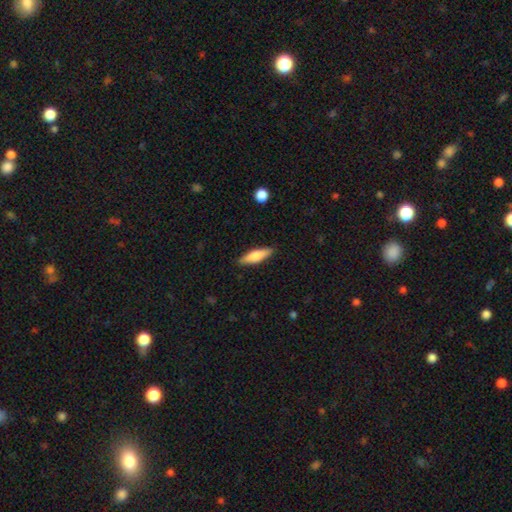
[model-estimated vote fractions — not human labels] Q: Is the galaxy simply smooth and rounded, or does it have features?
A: smooth — 63%.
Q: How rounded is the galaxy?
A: cigar-shaped — 62%.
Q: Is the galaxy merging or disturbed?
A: none — 89%.